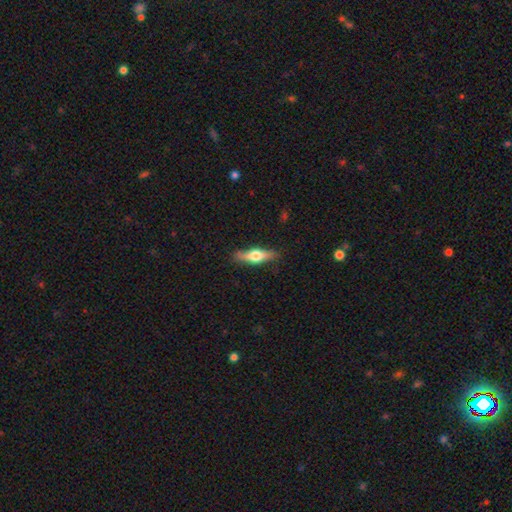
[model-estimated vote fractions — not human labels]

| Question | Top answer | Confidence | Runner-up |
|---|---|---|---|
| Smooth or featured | featured or disk | 56% | smooth (39%) |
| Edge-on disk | yes | 94% | no (6%) |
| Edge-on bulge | rounded | 94% | boxy (4%) |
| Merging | none | 85% | minor disturbance (11%) |